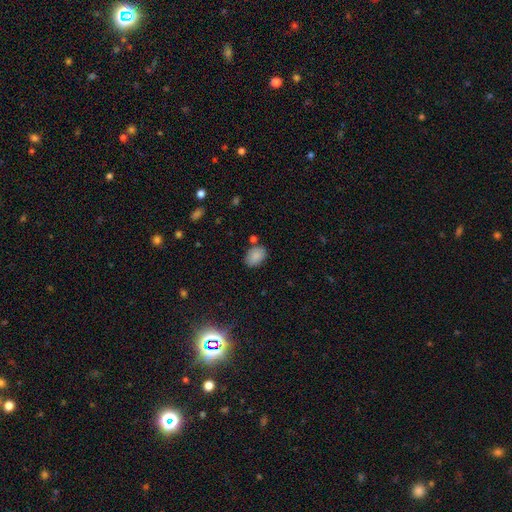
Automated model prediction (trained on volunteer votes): This appears to be a smooth galaxy with no disk features (86%) that is in between round and cigar-shaped (79%). Merging: none (75%).